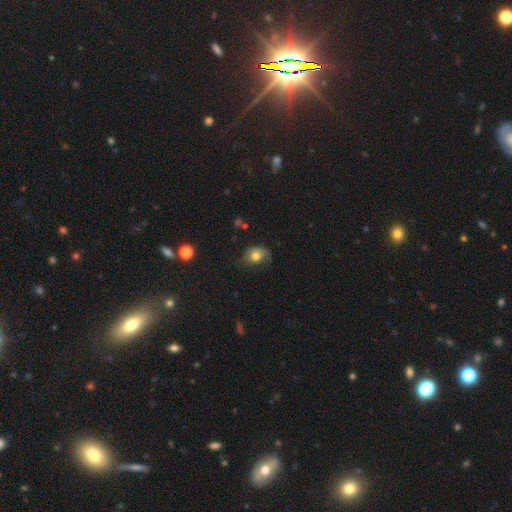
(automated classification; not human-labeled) Smooth or featured?
  - smooth: 75% *
  - featured or disk: 15%
  - star or artifact: 10%
How rounded?
  - in between: 58% *
  - round: 41%
  - cigar-shaped: 1%
Merging?
  - none: 53% *
  - minor disturbance: 32%
  - major disturbance: 13%
  - merger: 2%